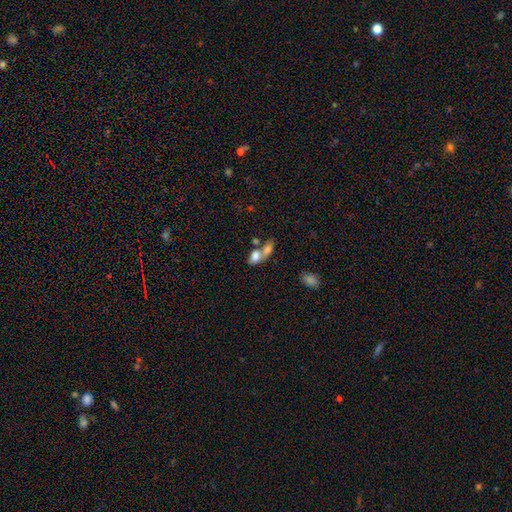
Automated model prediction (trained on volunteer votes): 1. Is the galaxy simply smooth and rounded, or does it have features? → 74% smooth, 17% featured or disk, 9% star or artifact.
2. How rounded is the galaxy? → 85% in between, 10% round, 5% cigar-shaped.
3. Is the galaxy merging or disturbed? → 65% merger, 21% none, 8% minor disturbance, 6% major disturbance.